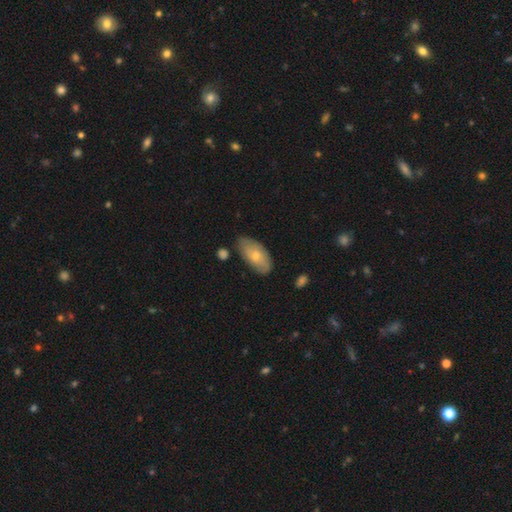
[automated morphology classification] A smooth galaxy with no disk features (64%) that is in between round and cigar-shaped (93%). Merging: none (70%).